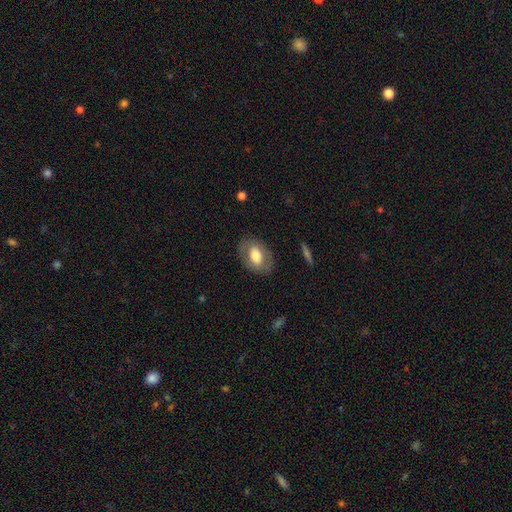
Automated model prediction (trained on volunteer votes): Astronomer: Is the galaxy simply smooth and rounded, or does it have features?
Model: smooth — 61%.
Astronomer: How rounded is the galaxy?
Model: in between — 83%.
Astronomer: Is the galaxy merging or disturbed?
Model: none — 80%.